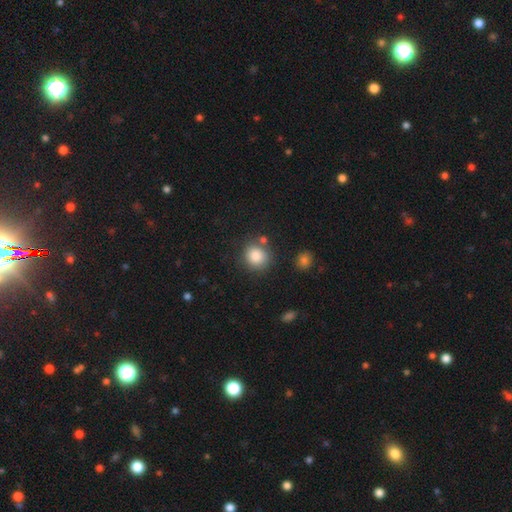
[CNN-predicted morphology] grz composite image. It shows a smooth galaxy with no disk features (86%) that is round (84%). Merging: none (75%).